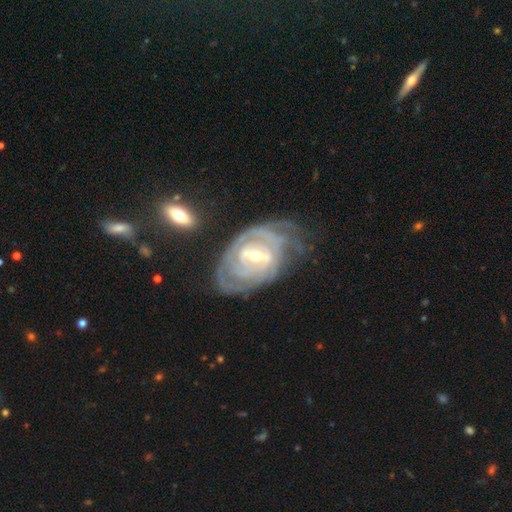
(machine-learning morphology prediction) Smooth or featured? featured or disk (87%)
Edge-on disk? no (96%)
Bar? weak (48%)
Spiral arms? yes (90%)
Spiral winding? tight (71%)
Spiral arm count? can't tell (46%)
Bulge size? moderate (55%)
Merging? none (54%)